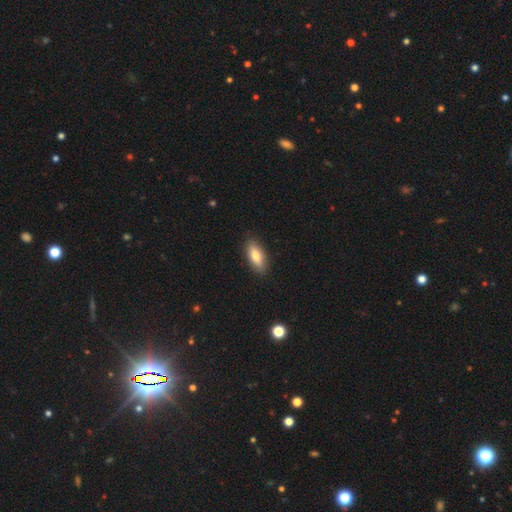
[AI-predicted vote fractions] This appears to be a smooth galaxy with no disk features (77%) that is in between round and cigar-shaped (77%). Merging: none (88%).